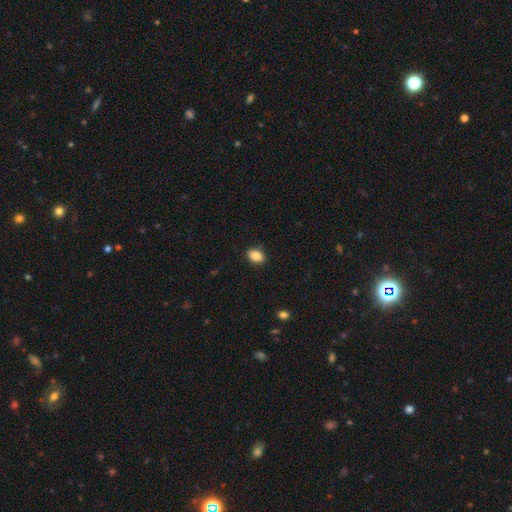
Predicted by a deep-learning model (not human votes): Q: Smooth or featured?
A: smooth (88%); runner-up: star or artifact (8%)
Q: How rounded?
A: in between (82%); runner-up: round (17%)
Q: Merging?
A: none (88%); runner-up: minor disturbance (9%)